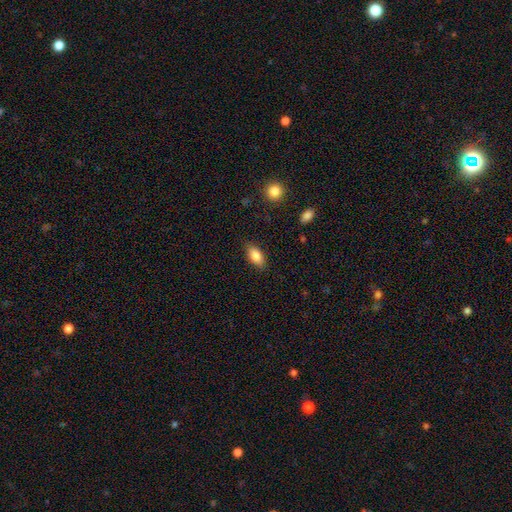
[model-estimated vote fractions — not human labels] The model was most divided on "merging": none: 85%, minor disturbance: 11%, major disturbance: 3%, merger: 1%. More confident: how rounded — in between (90%); smooth or featured — smooth (85%).